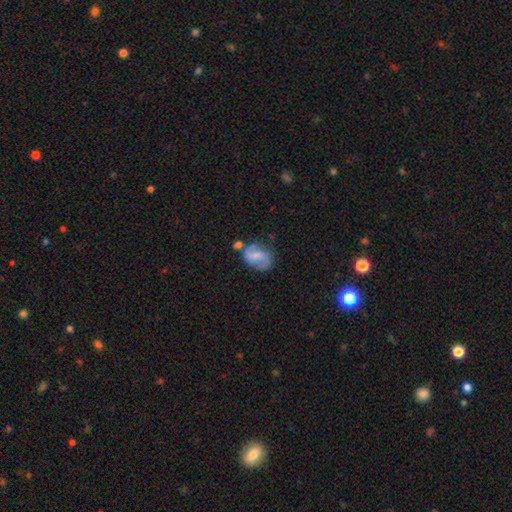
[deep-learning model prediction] Morphology: type=featured or disk (53%); edge-on=no (97%); bar=weak (47%); spiral arms=yes (81%); bulge=small (41%); merging=none (51%).